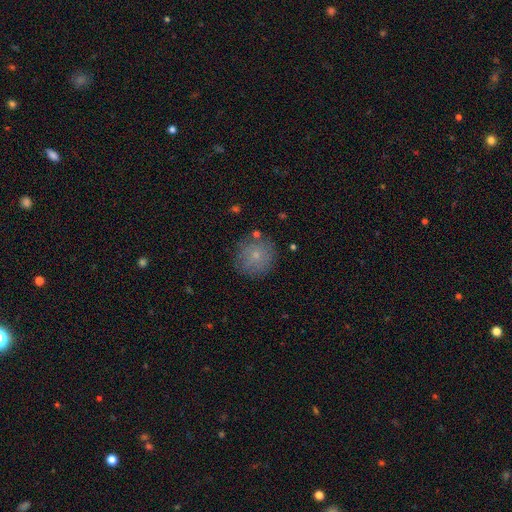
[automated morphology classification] Q: Smooth or featured?
A: smooth (71%); runner-up: featured or disk (18%)
Q: How rounded?
A: round (93%); runner-up: in between (6%)
Q: Merging?
A: none (80%); runner-up: minor disturbance (13%)